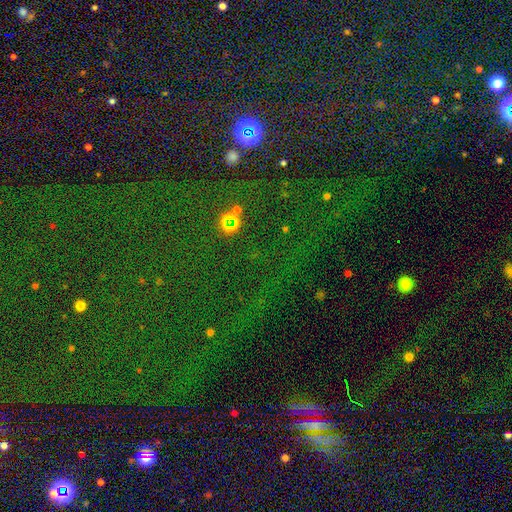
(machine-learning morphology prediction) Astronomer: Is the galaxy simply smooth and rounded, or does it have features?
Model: star or artifact — 78%.